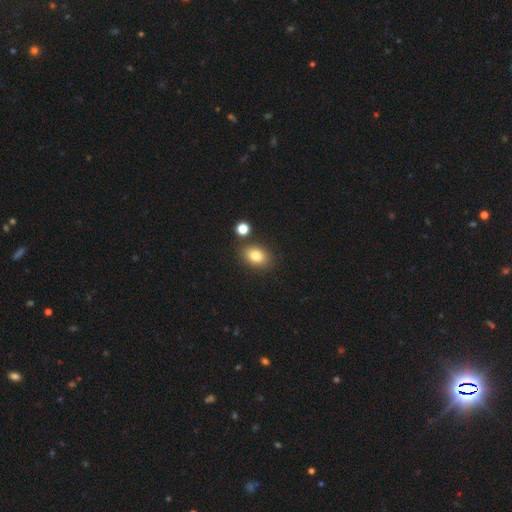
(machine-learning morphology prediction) Smooth or featured? Predicted: smooth (p=0.82). How rounded? Predicted: in between (p=0.74). Merging? Predicted: none (p=0.79).